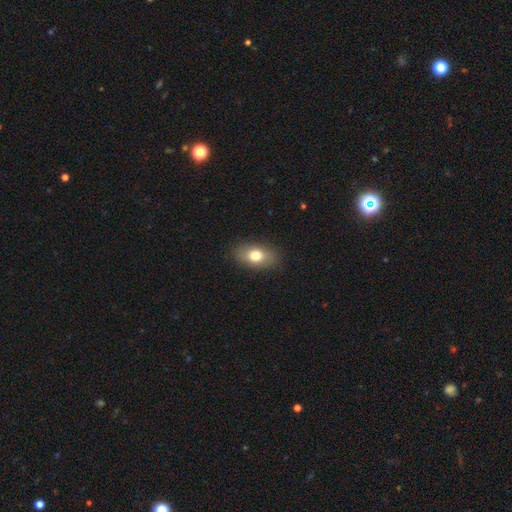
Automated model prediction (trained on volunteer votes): The model was most divided on "smooth or featured": smooth: 75%, featured or disk: 17%, star or artifact: 8%. More confident: how rounded — in between (86%); merging — none (86%).